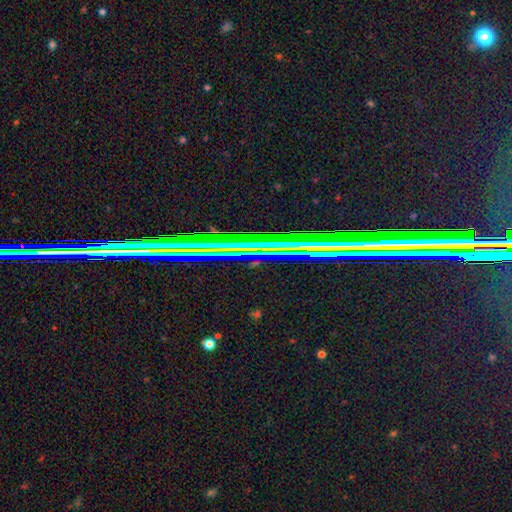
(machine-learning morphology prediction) Smooth or featured? star or artifact (66%)